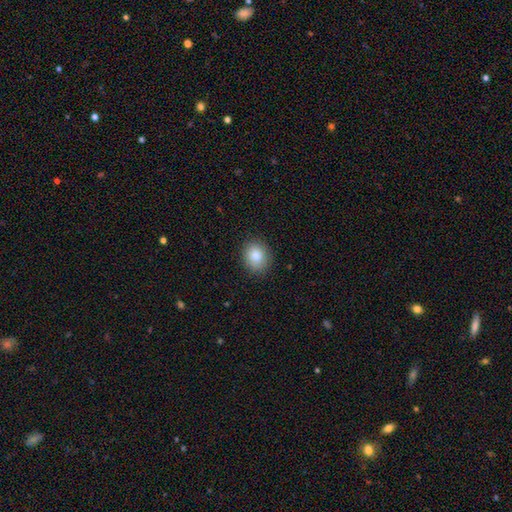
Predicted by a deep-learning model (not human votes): Morphology: type=smooth (85%); roundness=round (63%); merging=none (87%).